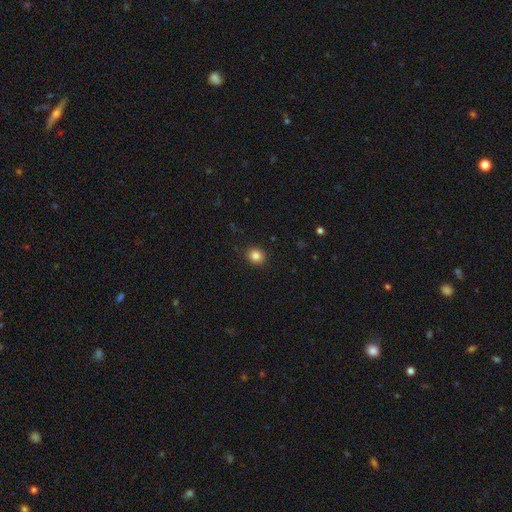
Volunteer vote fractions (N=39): Morphology: type=smooth (90%); roundness=round (74%); merging=none (89%).